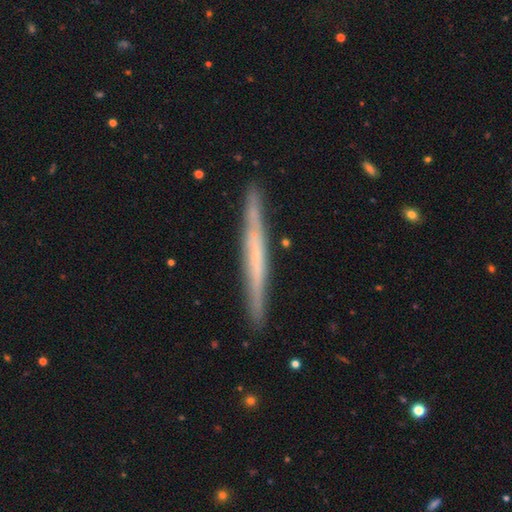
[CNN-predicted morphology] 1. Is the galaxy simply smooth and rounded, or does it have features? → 58% featured or disk, 35% smooth, 6% star or artifact.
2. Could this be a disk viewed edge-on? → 96% yes, 4% no.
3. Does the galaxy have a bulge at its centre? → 86% none, 8% rounded, 6% boxy.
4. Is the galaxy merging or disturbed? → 90% none, 8% minor disturbance, 1% major disturbance, 1% merger.